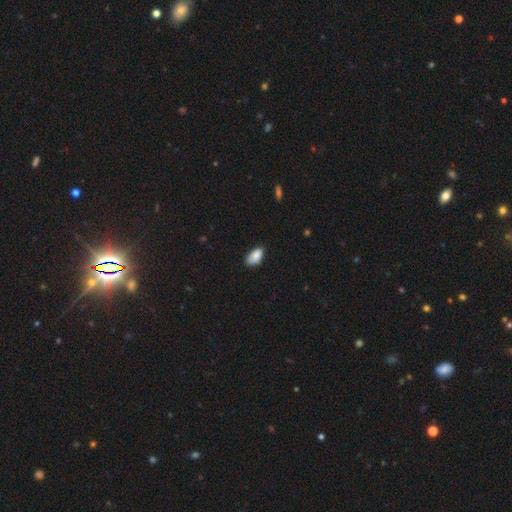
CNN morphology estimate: Q: Smooth or featured?
A: smooth (88%); runner-up: star or artifact (7%)
Q: How rounded?
A: in between (94%); runner-up: round (3%)
Q: Merging?
A: none (71%); runner-up: minor disturbance (24%)